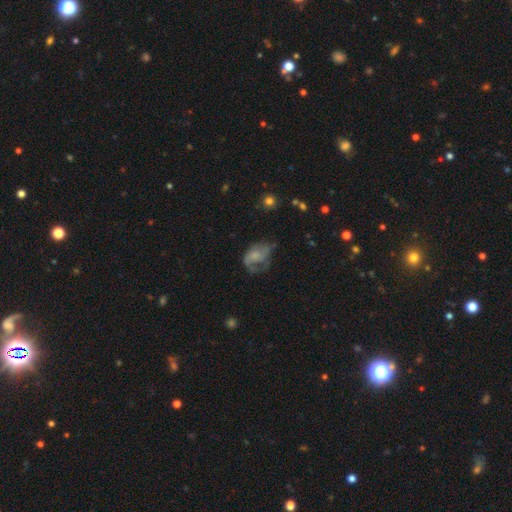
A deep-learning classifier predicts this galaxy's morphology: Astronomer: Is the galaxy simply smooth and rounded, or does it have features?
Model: featured or disk — 46% (runner-up: smooth, 44%).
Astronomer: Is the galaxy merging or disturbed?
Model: major disturbance — 41% (runner-up: none, 30%).